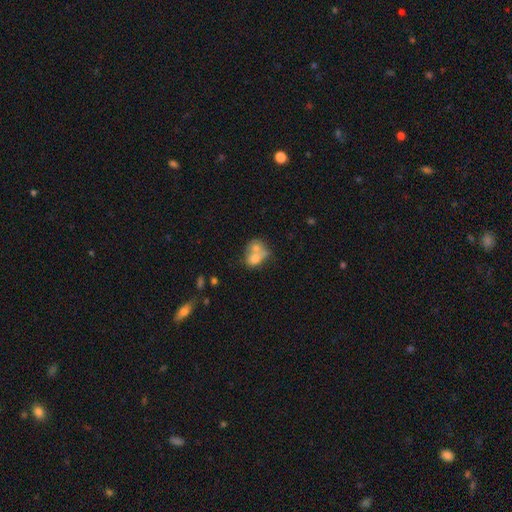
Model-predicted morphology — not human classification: smooth 65%, featured or disk 26%, star or artifact 9%. Down the decision tree: how rounded — in between (54%); merging — merger (68%).